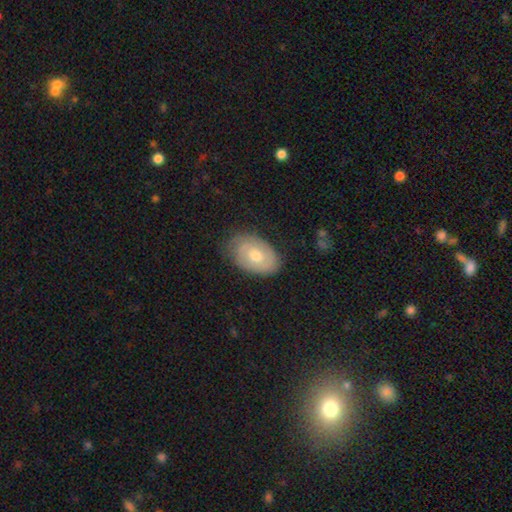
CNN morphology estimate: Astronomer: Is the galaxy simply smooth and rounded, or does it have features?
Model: smooth — 49% (runner-up: featured or disk, 44%).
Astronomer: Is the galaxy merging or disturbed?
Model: none — 73%.